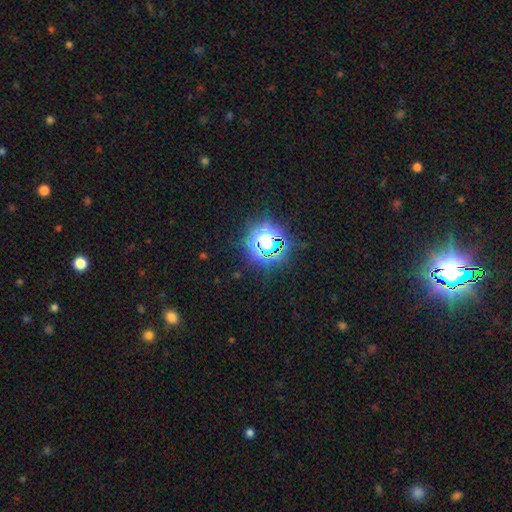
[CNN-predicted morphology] smooth_or_featured: star or artifact (p=0.76) [alt: smooth p=0.16]